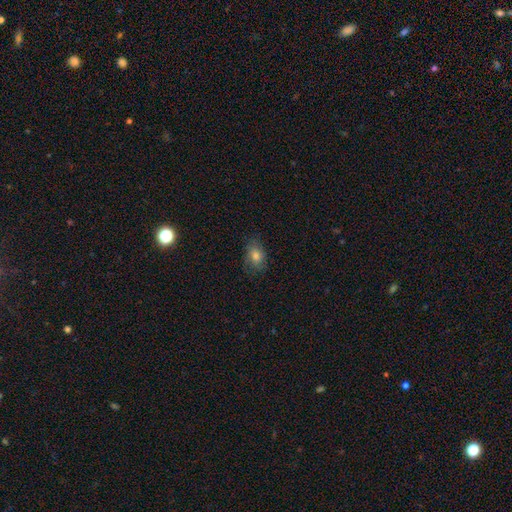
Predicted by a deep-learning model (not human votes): smooth-or-featured: smooth: 67% | featured or disk: 18% | star or artifact: 15%
  how-rounded: in between: 67% | round: 31% | cigar-shaped: 2%
  merging: none: 75% | minor disturbance: 19% | major disturbance: 5% | merger: 1%